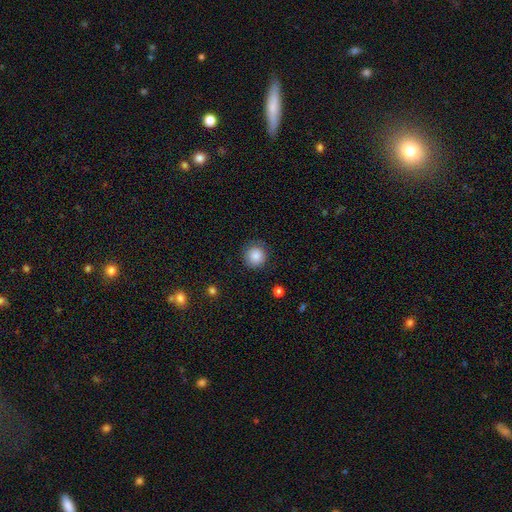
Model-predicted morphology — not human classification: smooth 87%, star or artifact 9%, featured or disk 5%. Down the decision tree: how rounded — round (93%); merging — none (84%).